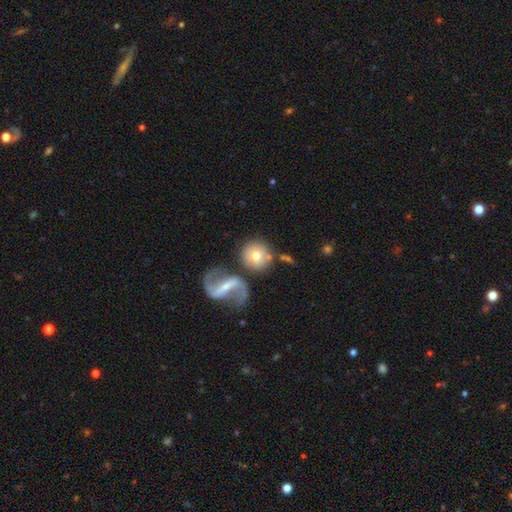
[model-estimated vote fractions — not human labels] This appears to be a smooth galaxy with no disk features (56%) that is round (91%). Merging: none (64%).